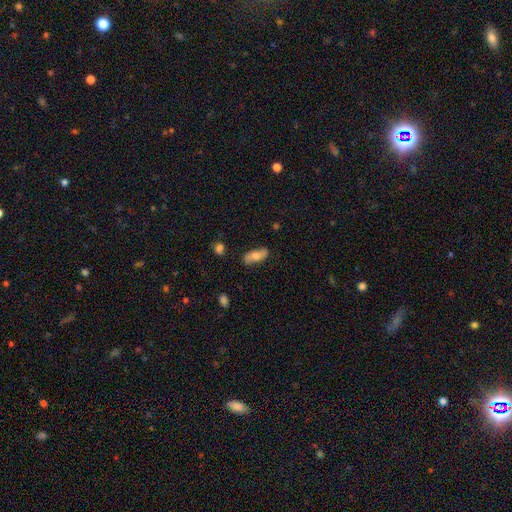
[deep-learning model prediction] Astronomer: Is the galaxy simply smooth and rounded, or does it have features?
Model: smooth — 55% (runner-up: featured or disk, 38%).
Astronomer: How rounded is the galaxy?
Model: in between — 80%.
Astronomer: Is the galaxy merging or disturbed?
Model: none — 80%.